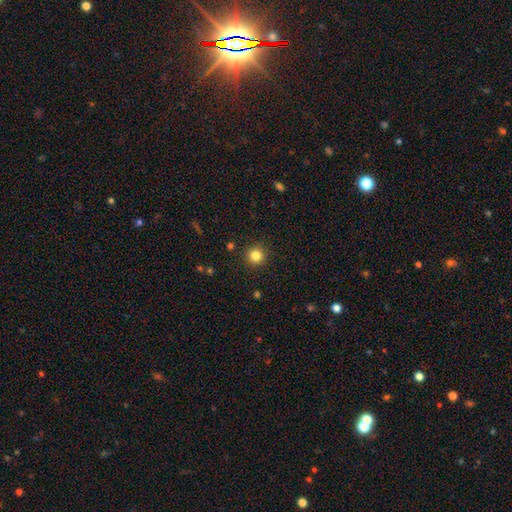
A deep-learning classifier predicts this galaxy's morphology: The model was most divided on "smooth or featured": smooth: 83%, star or artifact: 12%, featured or disk: 5%. More confident: how rounded — round (95%); merging — none (91%).